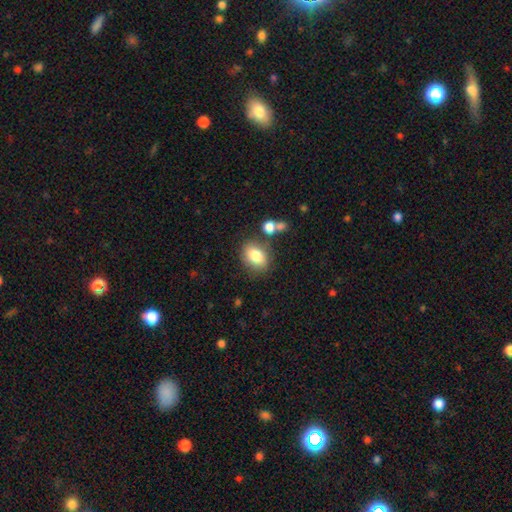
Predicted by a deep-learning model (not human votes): Morphology: type=smooth (81%); roundness=in between (73%); merging=none (72%).